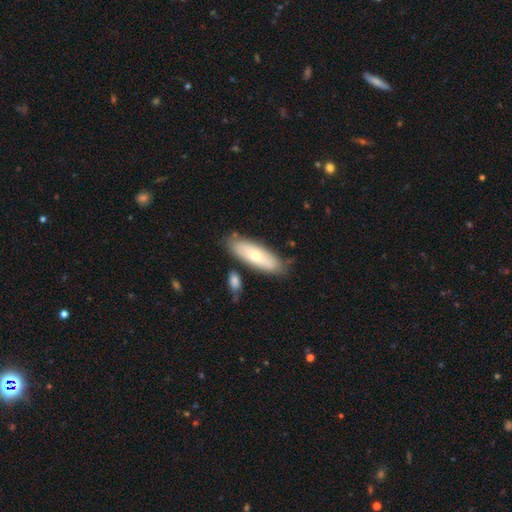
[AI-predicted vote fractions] smooth 60%, featured or disk 34%, star or artifact 6%. Down the decision tree: how rounded — in between (58%); merging — none (76%).